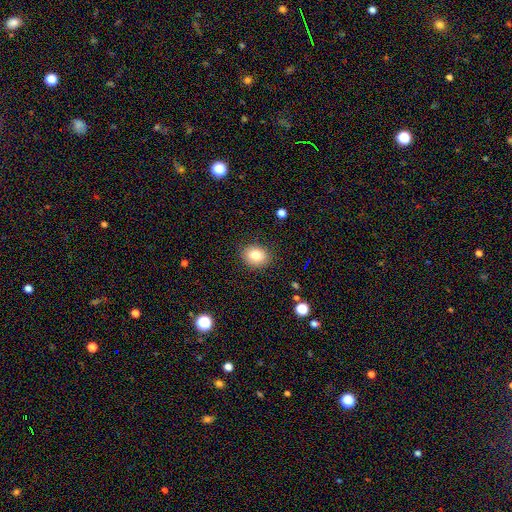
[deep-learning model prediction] smooth 82%, star or artifact 10%, featured or disk 9%. Down the decision tree: how rounded — in between (51%); merging — none (87%).